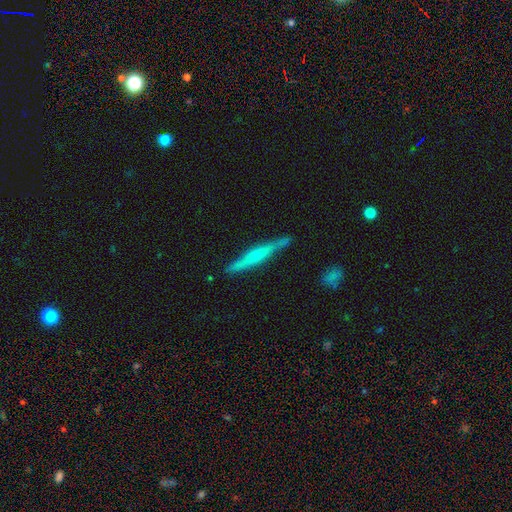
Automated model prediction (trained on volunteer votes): Smooth or featured?
  - featured or disk: 55% *
  - smooth: 40%
  - star or artifact: 6%
Edge-on disk?
  - yes: 95% *
  - no: 5%
Edge-on bulge?
  - none: 48% *
  - rounded: 31%
  - boxy: 21%
Merging?
  - none: 83% *
  - minor disturbance: 13%
  - major disturbance: 2%
  - merger: 2%